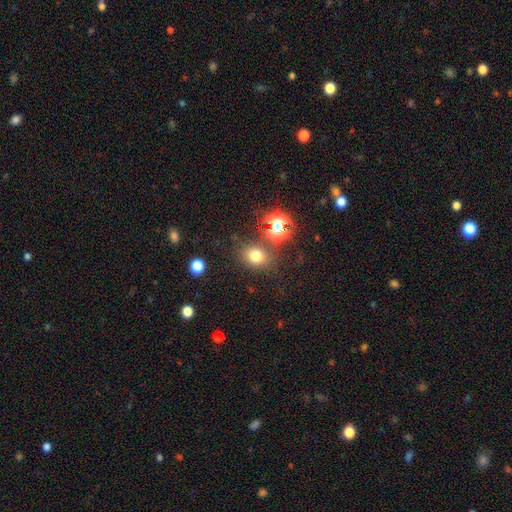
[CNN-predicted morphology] smooth_or_featured: smooth (p=0.73) [alt: star or artifact p=0.19]
how_rounded: round (p=0.60) [alt: in between p=0.39]
merging: none (p=0.75) [alt: minor disturbance p=0.12]